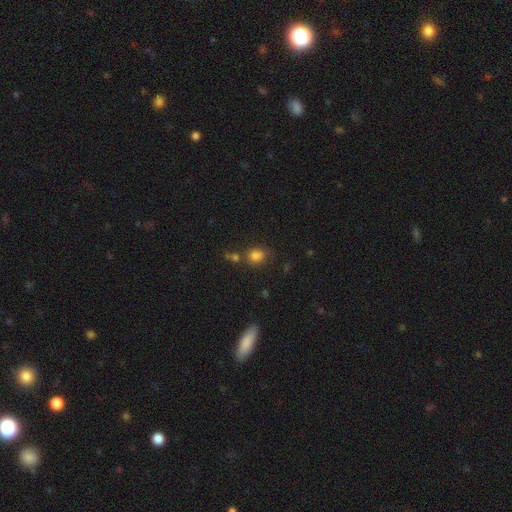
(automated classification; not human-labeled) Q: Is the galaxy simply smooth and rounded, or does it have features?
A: smooth — 79%.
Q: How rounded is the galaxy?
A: round — 61%.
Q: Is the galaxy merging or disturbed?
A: none — 63%.